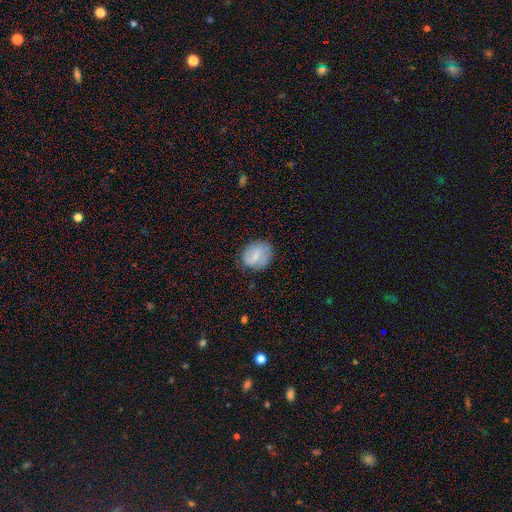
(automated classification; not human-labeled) Smooth or featured: smooth — 63% (featured or disk — 30%)
How rounded: in between — 52% (round — 46%)
Merging: none — 72% (minor disturbance — 20%)